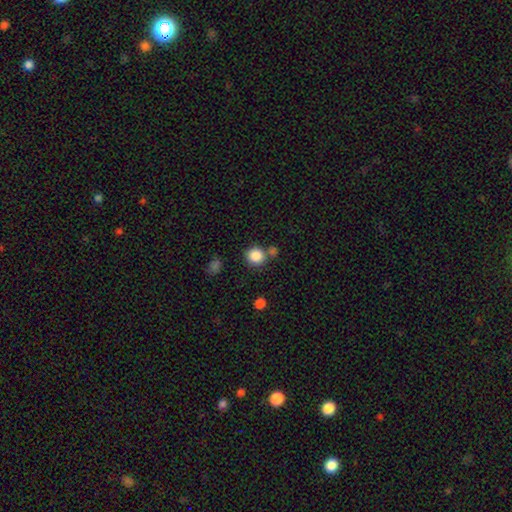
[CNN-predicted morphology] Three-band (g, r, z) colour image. It shows a smooth galaxy with no disk features (86%) that is round (88%). Merging: none (72%).